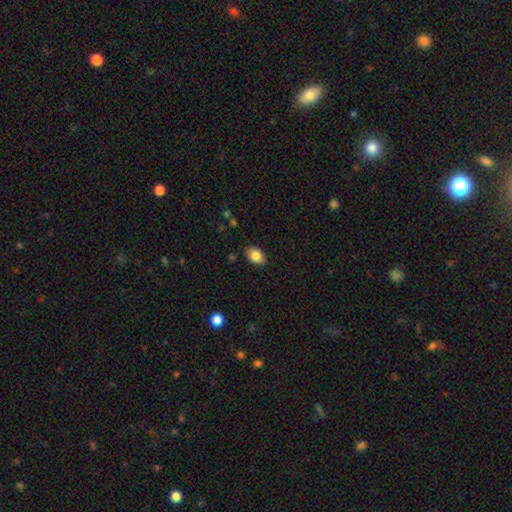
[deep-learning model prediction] Morphology: type=smooth (86%); roundness=in between (81%); merging=none (87%).